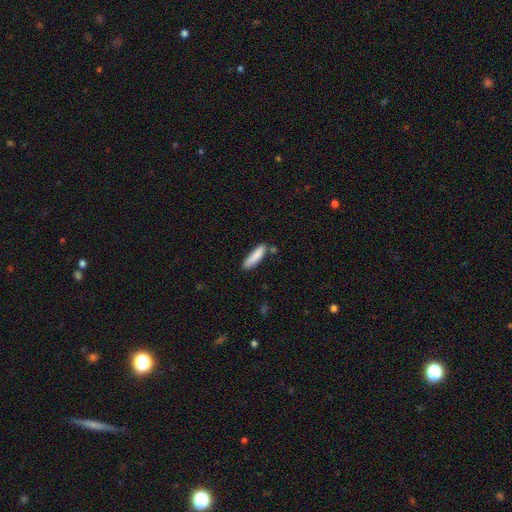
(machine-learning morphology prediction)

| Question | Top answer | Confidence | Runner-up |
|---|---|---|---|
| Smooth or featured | smooth | 86% | featured or disk (8%) |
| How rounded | cigar-shaped | 76% | in between (23%) |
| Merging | none | 75% | minor disturbance (16%) |